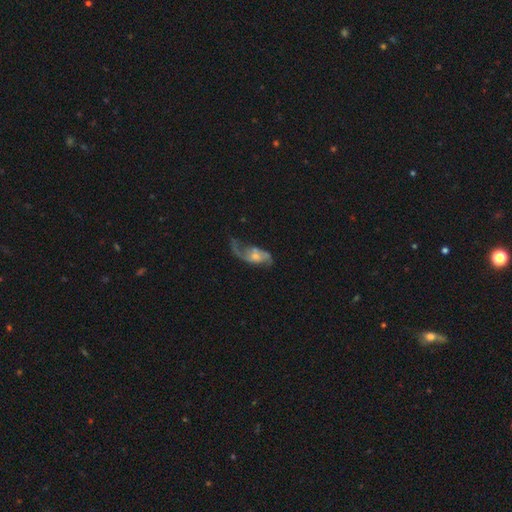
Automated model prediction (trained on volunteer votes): A featured or disk galaxy (81%) with no bar (57%), 2 (84%) loose (69%) spiral arms (93%) and a small central bulge (45%). Merging: none (52%).